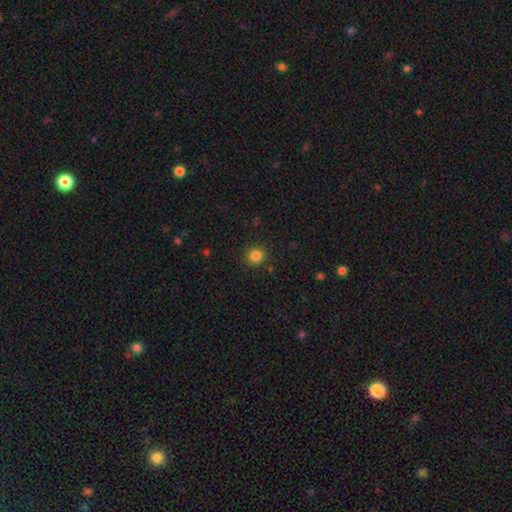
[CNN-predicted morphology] The model was most divided on "how rounded": round: 83%, in between: 16%, cigar-shaped: 1%. More confident: merging — none (89%); smooth or featured — smooth (84%).